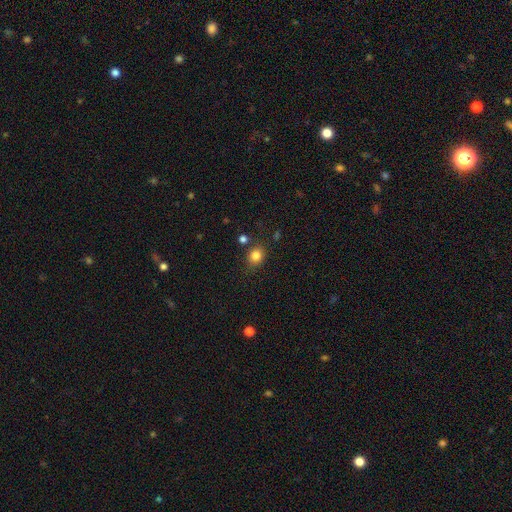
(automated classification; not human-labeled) smooth_or_featured: smooth (p=0.82) [alt: star or artifact p=0.12]
how_rounded: round (p=0.68) [alt: in between p=0.31]
merging: none (p=0.79) [alt: minor disturbance p=0.13]